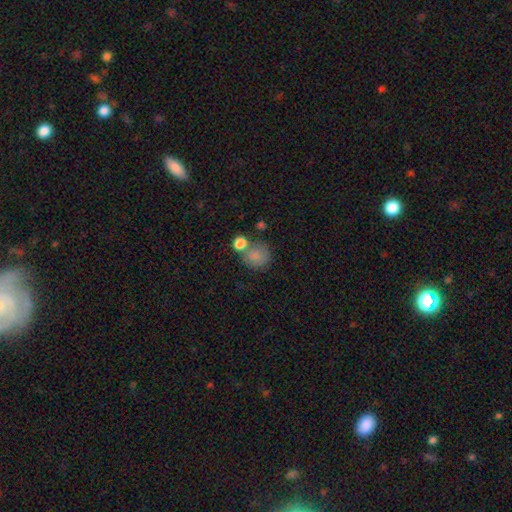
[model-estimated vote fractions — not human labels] Smooth or featured: smooth — 81% (star or artifact — 11%)
How rounded: round — 82% (in between — 17%)
Merging: none — 53% (merger — 25%)